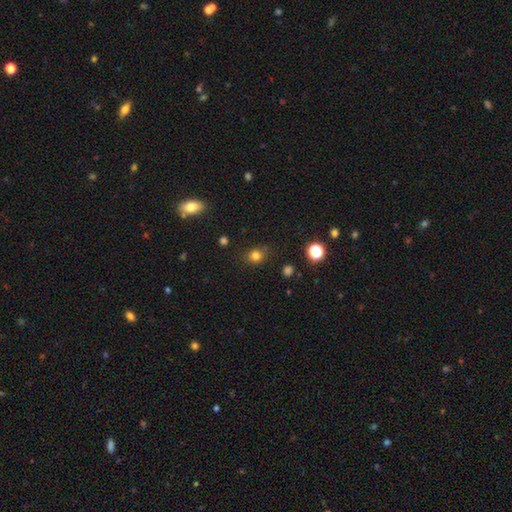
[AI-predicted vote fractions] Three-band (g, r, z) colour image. It shows a smooth galaxy with no disk features (78%) that is round (75%). Merging: none (79%).